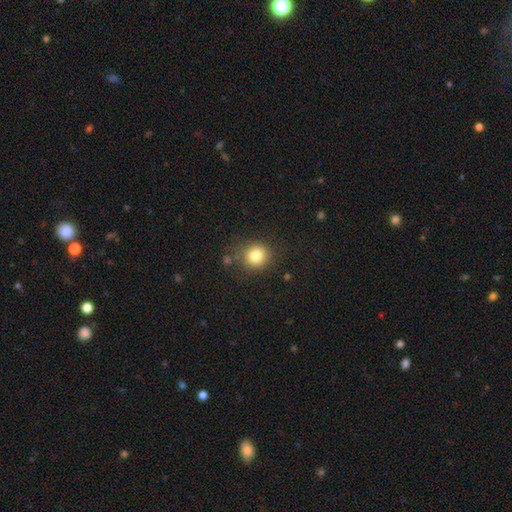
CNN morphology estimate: Smooth or featured? smooth (81%)
How rounded? round (89%)
Merging? none (81%)